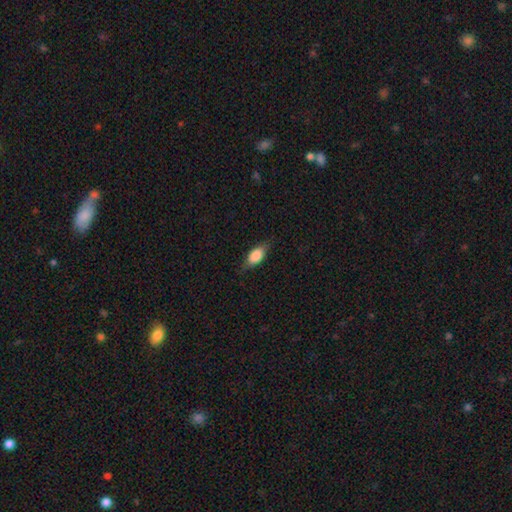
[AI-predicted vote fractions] Morphology: type=smooth (75%); roundness=in between (84%); merging=none (75%).